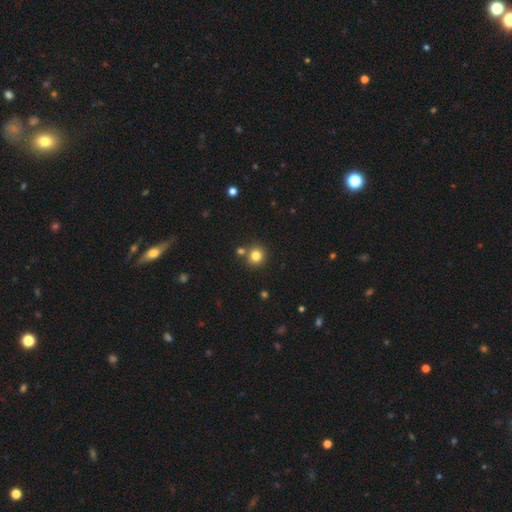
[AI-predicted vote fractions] Smooth or featured? Predicted: smooth (p=0.81). How rounded? Predicted: round (p=0.91). Merging? Predicted: none (p=0.78).